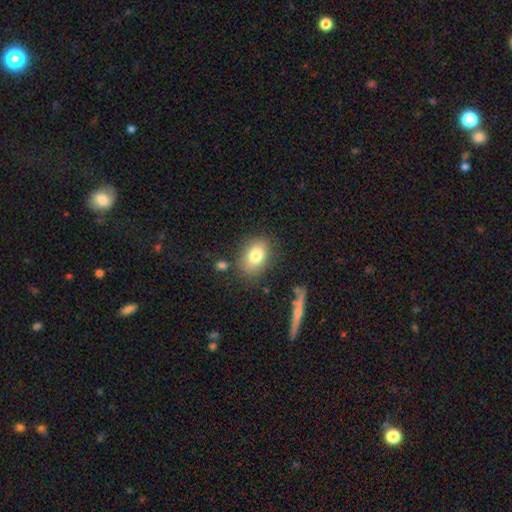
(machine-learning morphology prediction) A smooth galaxy with no disk features (80%) that is in between round and cigar-shaped (73%). Merging: none (79%).